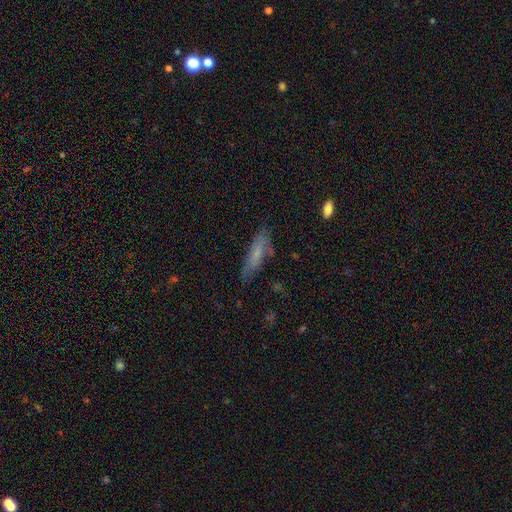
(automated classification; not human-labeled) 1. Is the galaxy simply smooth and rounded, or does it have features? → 66% smooth, 26% featured or disk, 8% star or artifact.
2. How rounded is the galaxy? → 68% cigar-shaped, 30% in between, 2% round.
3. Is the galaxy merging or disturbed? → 68% none, 22% minor disturbance, 6% major disturbance, 3% merger.